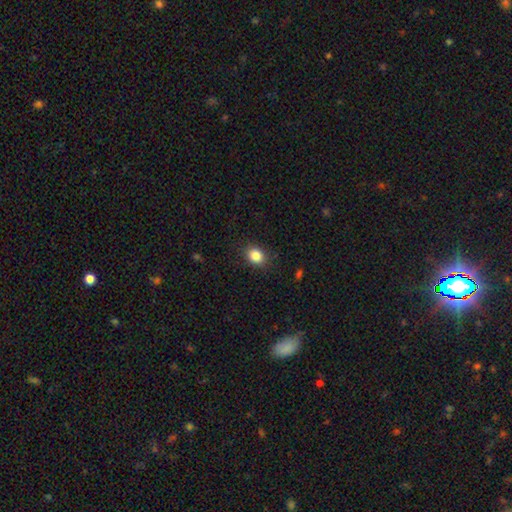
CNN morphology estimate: type=smooth (85%); roundness=round (55%); merging=none (87%).